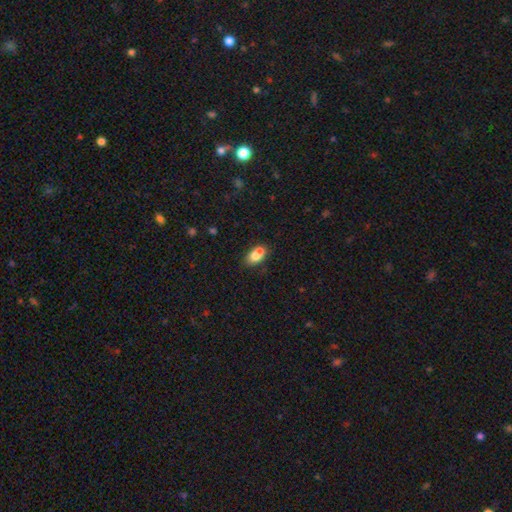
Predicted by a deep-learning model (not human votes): Morphology: type=smooth (73%); roundness=in between (78%); merging=merger (52%).